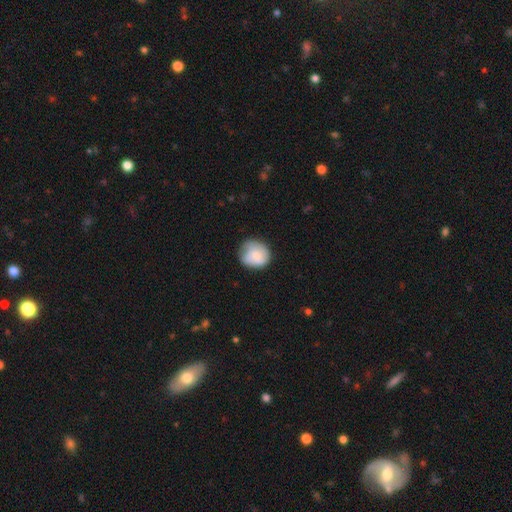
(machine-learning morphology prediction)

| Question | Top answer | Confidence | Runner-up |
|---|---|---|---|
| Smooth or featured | smooth | 74% | featured or disk (19%) |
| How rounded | round | 80% | in between (19%) |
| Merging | none | 62% | minor disturbance (29%) |